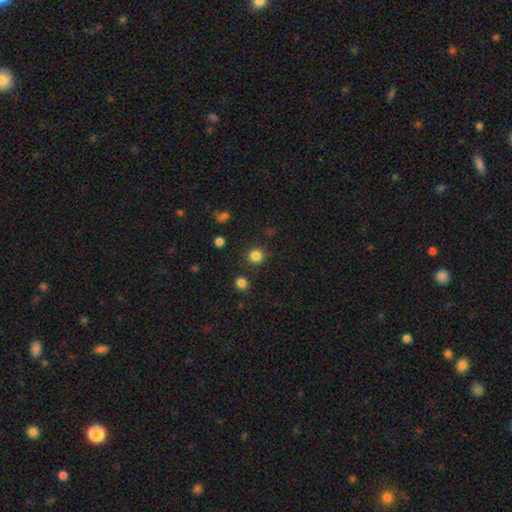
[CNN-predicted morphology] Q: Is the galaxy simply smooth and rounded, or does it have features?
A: smooth — 83%.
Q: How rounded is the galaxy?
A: round — 94%.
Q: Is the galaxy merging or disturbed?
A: none — 89%.